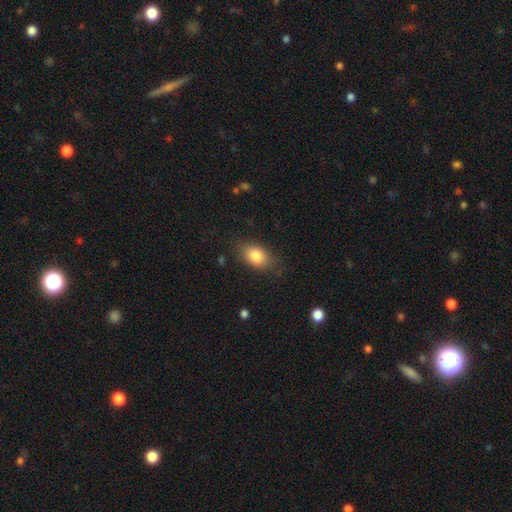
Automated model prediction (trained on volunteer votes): Smooth or featured: smooth — 83% (featured or disk — 9%)
How rounded: in between — 85% (round — 13%)
Merging: none — 77% (minor disturbance — 16%)